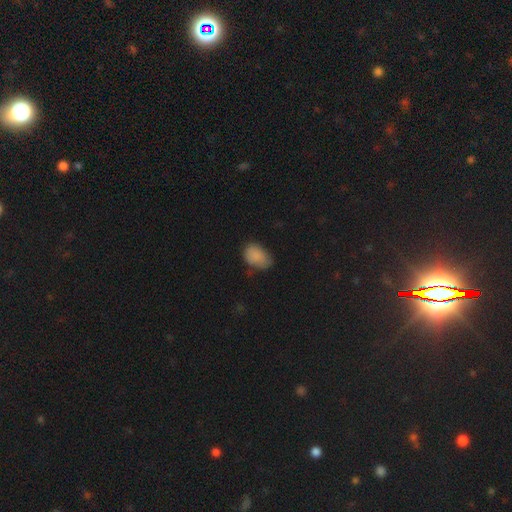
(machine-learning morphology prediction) This is clearly a smooth galaxy (86%). How rounded: clearly in between (86%). Merging: possibly none (57%).